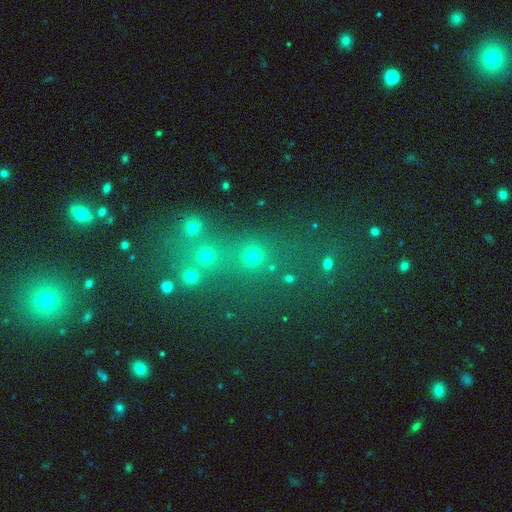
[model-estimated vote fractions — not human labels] Smooth or featured? smooth (59%)
How rounded? round (83%)
Merging? none (63%)